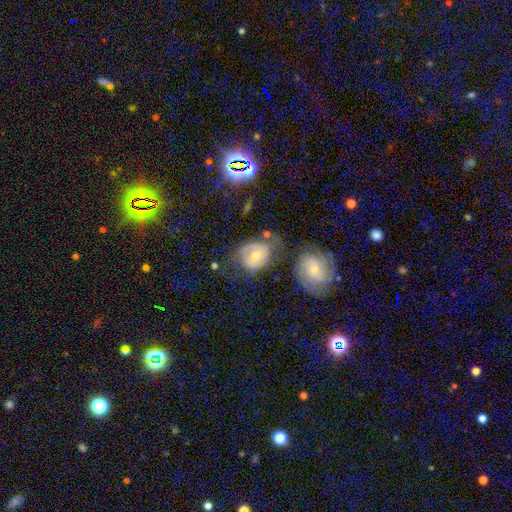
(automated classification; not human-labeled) This is possibly a featured or disk galaxy (49%). Merging: marginally none (41%).